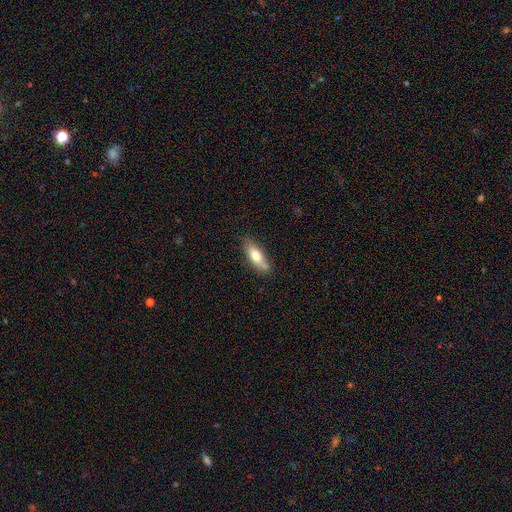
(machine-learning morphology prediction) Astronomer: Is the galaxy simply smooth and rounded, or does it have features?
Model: smooth — 68%.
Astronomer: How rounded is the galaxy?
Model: in between — 59% (runner-up: cigar-shaped, 39%).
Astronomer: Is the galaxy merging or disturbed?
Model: none — 69%.